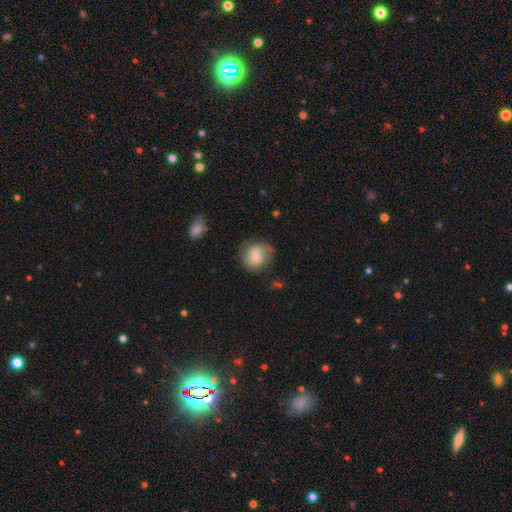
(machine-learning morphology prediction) A smooth galaxy with no disk features (62%) that is round (77%).

Vote fractions:
- Smooth or featured? smooth: 62% / featured or disk: 30% / star or artifact: 8%
- How rounded? round: 77% / in between: 22% / cigar-shaped: 1%
- Merging? none: 67% / minor disturbance: 23% / major disturbance: 8% / merger: 2%